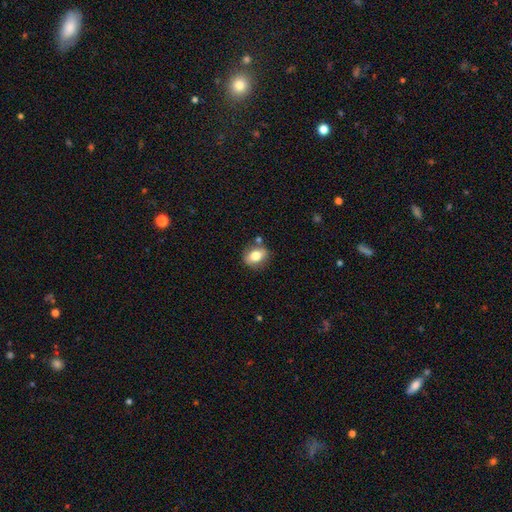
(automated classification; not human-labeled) smooth 70%, featured or disk 22%, star or artifact 9%. Down the decision tree: how rounded — in between (60%); merging — none (76%).